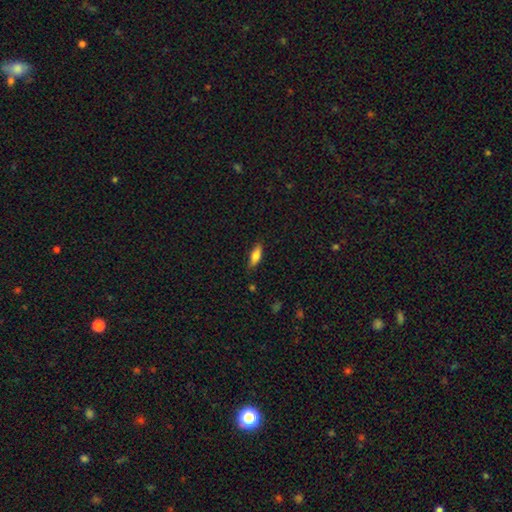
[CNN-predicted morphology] A smooth galaxy with no disk features (80%) that is in between round and cigar-shaped (69%). Merging: none (82%).